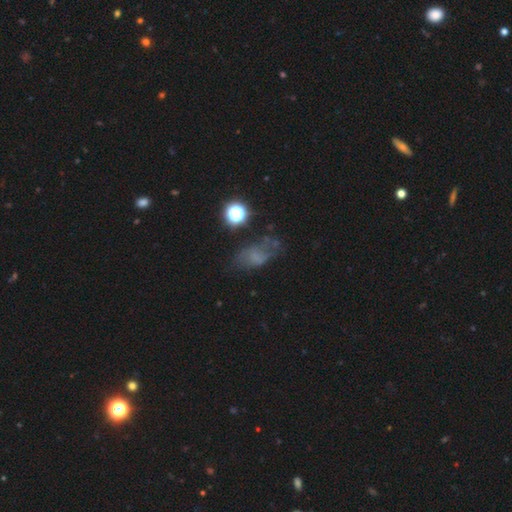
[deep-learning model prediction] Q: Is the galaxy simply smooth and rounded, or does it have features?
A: smooth — 47%.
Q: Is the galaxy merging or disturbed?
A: none — 50%.